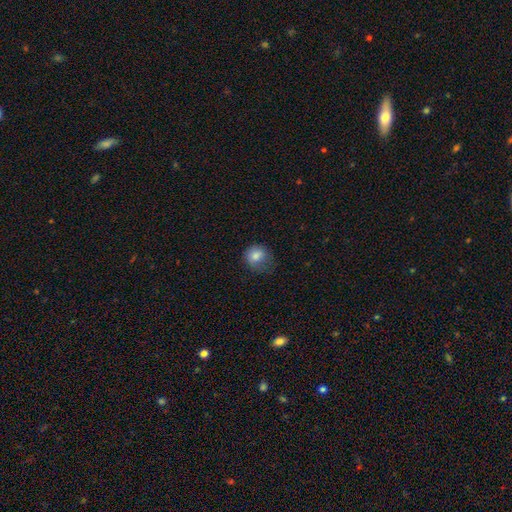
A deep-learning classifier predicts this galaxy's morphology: A smooth galaxy with no disk features (82%) that is round (76%).

Vote fractions:
- Smooth or featured? smooth: 82% / star or artifact: 10% / featured or disk: 8%
- How rounded? round: 76% / in between: 23% / cigar-shaped: 1%
- Merging? none: 51% / minor disturbance: 31% / major disturbance: 17% / merger: 1%